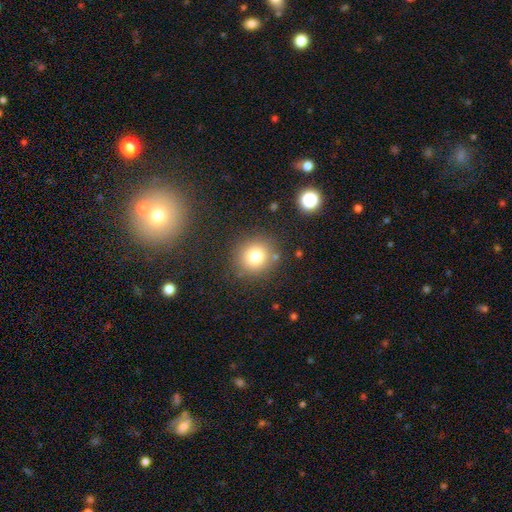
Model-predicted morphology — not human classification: smooth-or-featured: smooth: 78% | star or artifact: 14% | featured or disk: 9%
  how-rounded: round: 88% | in between: 11% | cigar-shaped: 1%
  merging: none: 85% | minor disturbance: 8% | merger: 4% | major disturbance: 3%